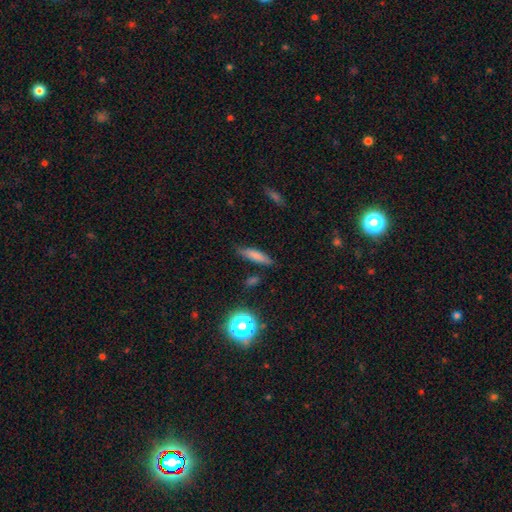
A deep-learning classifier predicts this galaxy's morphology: A smooth galaxy with no disk features (76%) that is cigar-shaped (68%).

Vote fractions:
- Smooth or featured? smooth: 76% / featured or disk: 15% / star or artifact: 9%
- How rounded? cigar-shaped: 68% / in between: 29% / round: 3%
- Merging? none: 76% / minor disturbance: 17% / major disturbance: 4% / merger: 3%